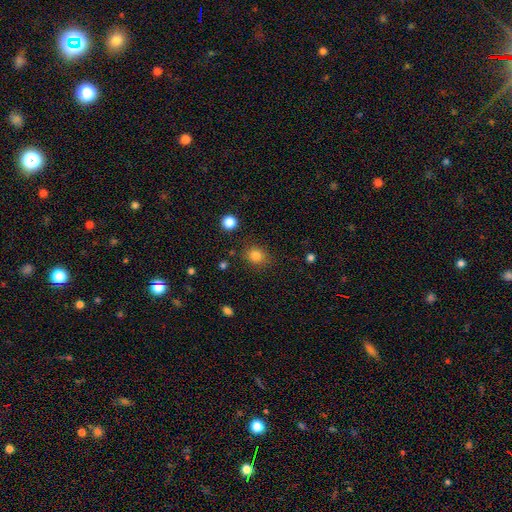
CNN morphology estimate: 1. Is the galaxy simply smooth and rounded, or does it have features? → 83% smooth, 12% star or artifact, 5% featured or disk.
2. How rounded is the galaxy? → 77% round, 22% in between, 1% cigar-shaped.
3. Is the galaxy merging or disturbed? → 83% none, 11% minor disturbance, 4% major disturbance, 2% merger.